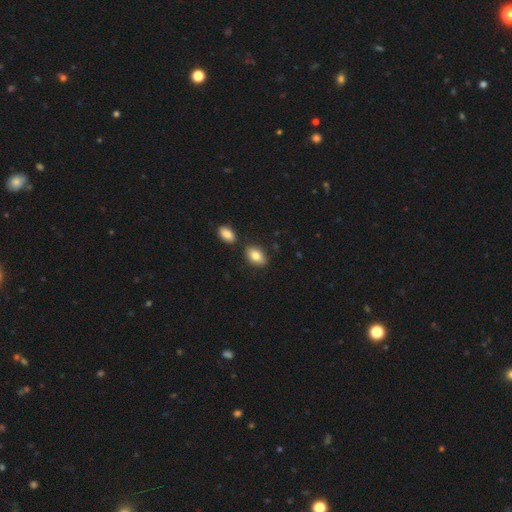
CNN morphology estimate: Overall: smooth (83%). How rounded: in between (90%). Merging: none (79%).